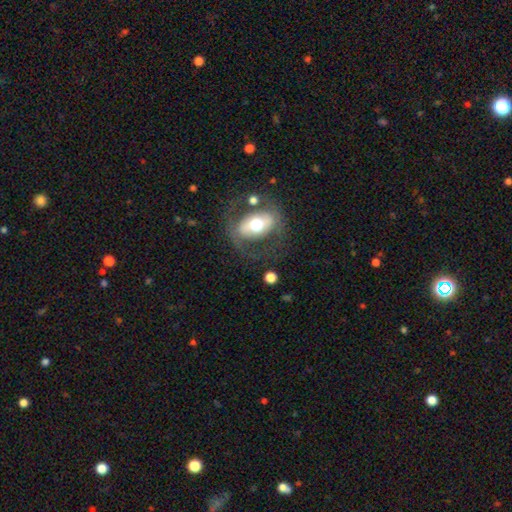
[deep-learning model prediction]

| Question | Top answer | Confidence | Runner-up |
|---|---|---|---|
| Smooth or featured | featured or disk | 61% | smooth (27%) |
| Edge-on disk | no | 73% | yes (27%) |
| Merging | none | 70% | minor disturbance (14%) |